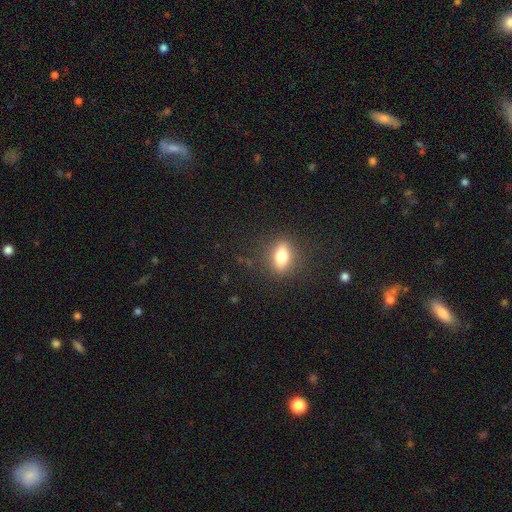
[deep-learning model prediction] Smooth or featured? smooth (58%)
How rounded? in between (58%)
Merging? none (82%)